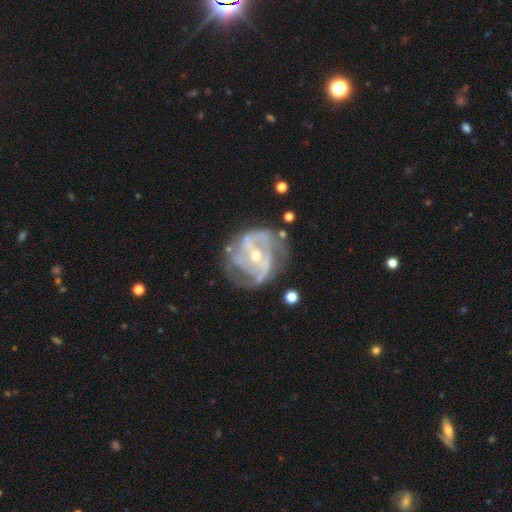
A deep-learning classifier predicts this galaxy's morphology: Q: Smooth or featured?
A: featured or disk (86%); runner-up: smooth (7%)
Q: Edge-on disk?
A: no (97%); runner-up: yes (3%)
Q: Bar?
A: weak (36%); runner-up: no (35%)
Q: Spiral arms?
A: yes (88%); runner-up: no (12%)
Q: Spiral winding?
A: medium (45%); runner-up: tight (37%)
Q: Spiral arm count?
A: 2 (47%); runner-up: can't tell (23%)
Q: Bulge size?
A: small (58%); runner-up: moderate (39%)
Q: Merging?
A: none (59%); runner-up: minor disturbance (22%)